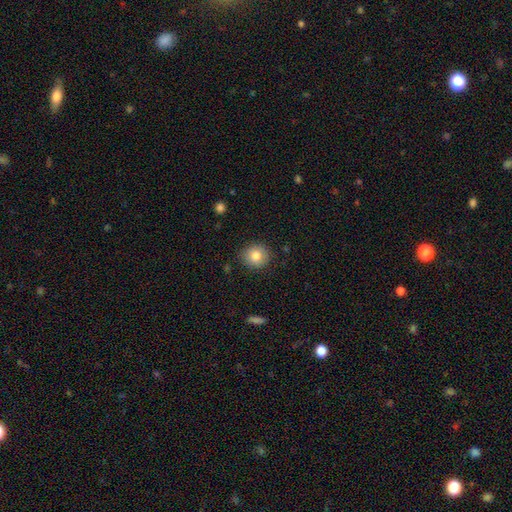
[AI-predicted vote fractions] smooth-or-featured: smooth: 82% | star or artifact: 9% | featured or disk: 9%
  how-rounded: round: 85% | in between: 14% | cigar-shaped: 1%
  merging: none: 87% | minor disturbance: 10% | major disturbance: 2% | merger: 1%